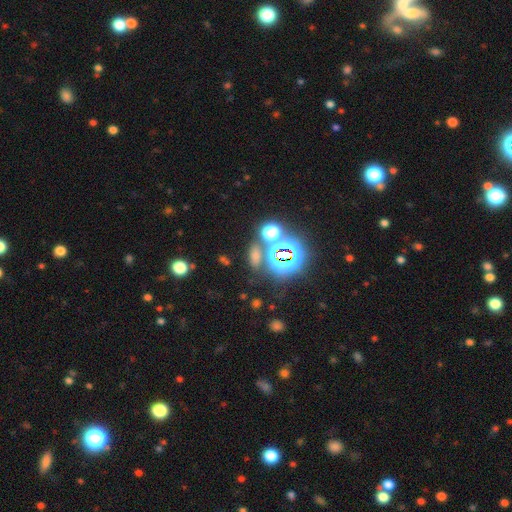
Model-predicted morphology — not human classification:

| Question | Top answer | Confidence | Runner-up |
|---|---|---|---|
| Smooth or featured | smooth | 47% | star or artifact (43%) |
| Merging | none | 70% | merger (13%) |